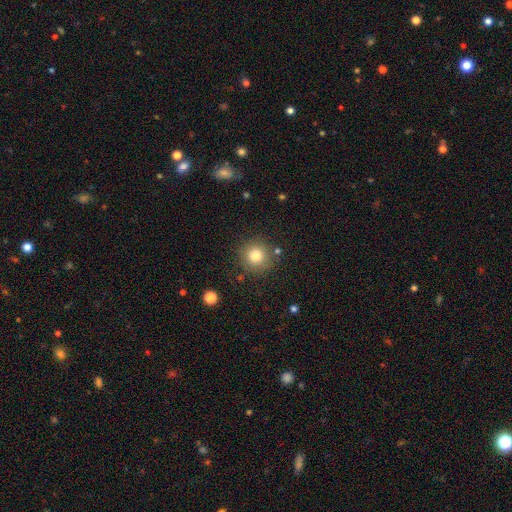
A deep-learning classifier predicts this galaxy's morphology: Smooth or featured?
  - smooth: 79% *
  - star or artifact: 12%
  - featured or disk: 9%
How rounded?
  - round: 95% *
  - in between: 5%
  - cigar-shaped: 1%
Merging?
  - none: 85% *
  - minor disturbance: 8%
  - merger: 3%
  - major disturbance: 3%